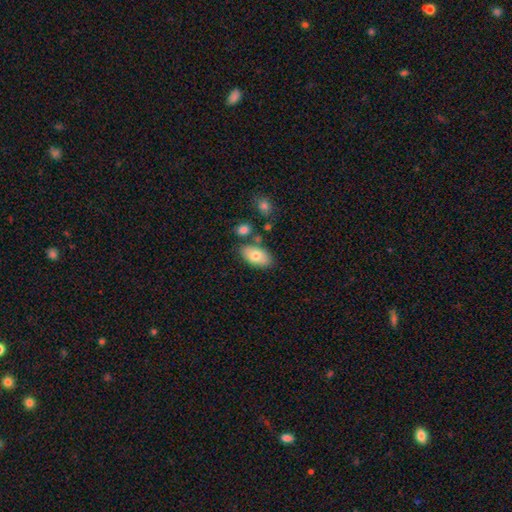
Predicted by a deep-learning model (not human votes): Smooth or featured? smooth (76%)
How rounded? in between (93%)
Merging? none (75%)